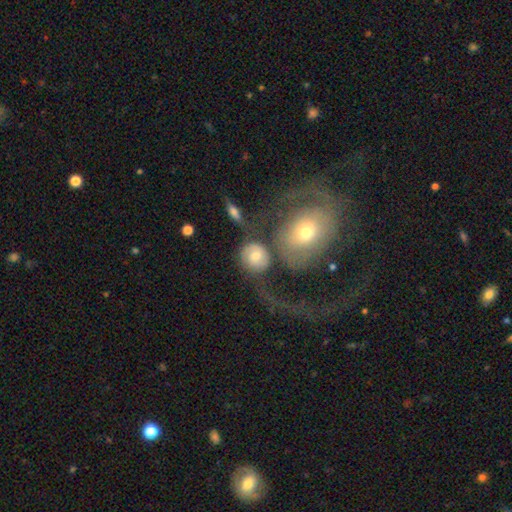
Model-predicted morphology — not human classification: Smooth or featured: smooth — 58% (featured or disk — 34%)
How rounded: round — 76% (in between — 23%)
Merging: none — 43% (merger — 23%)